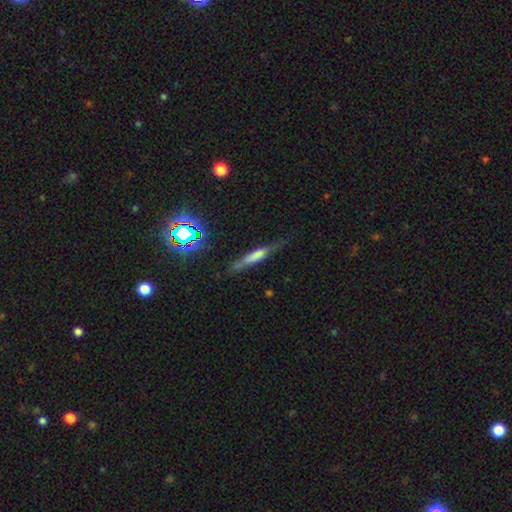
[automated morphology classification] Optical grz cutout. It shows a featured or disk galaxy (45%). Merging: none (66%).